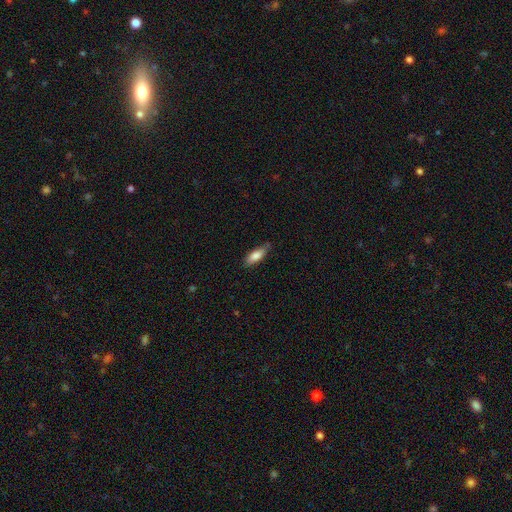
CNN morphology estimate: Smooth or featured? smooth (79%)
How rounded? in between (62%)
Merging? none (74%)